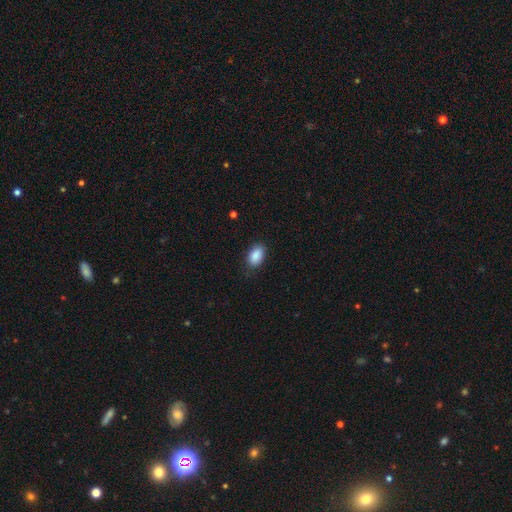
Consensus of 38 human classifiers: Smooth or featured: smooth — 95% (featured or disk — 3%)
How rounded: in between — 97% (round — 3%)
Merging: none — 86% (minor disturbance — 14%)